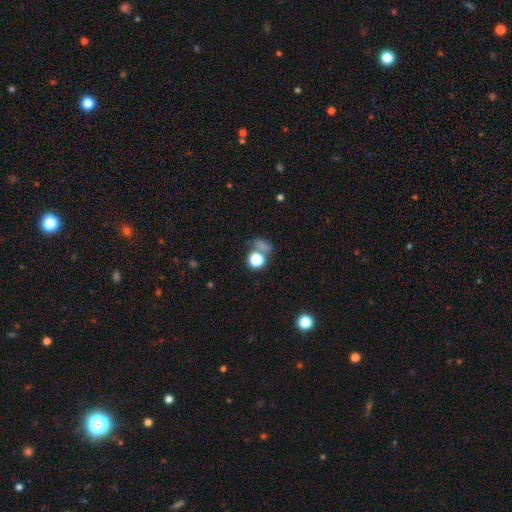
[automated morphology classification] Smooth or featured? Predicted: smooth (p=0.57). How rounded? Predicted: round (p=0.77). Merging? Predicted: none (p=0.60).